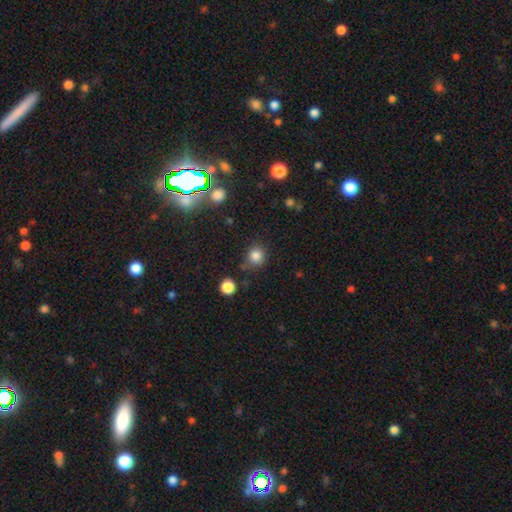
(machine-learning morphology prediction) Smooth or featured: smooth — 82% (star or artifact — 13%)
How rounded: round — 86% (in between — 13%)
Merging: none — 75% (minor disturbance — 14%)